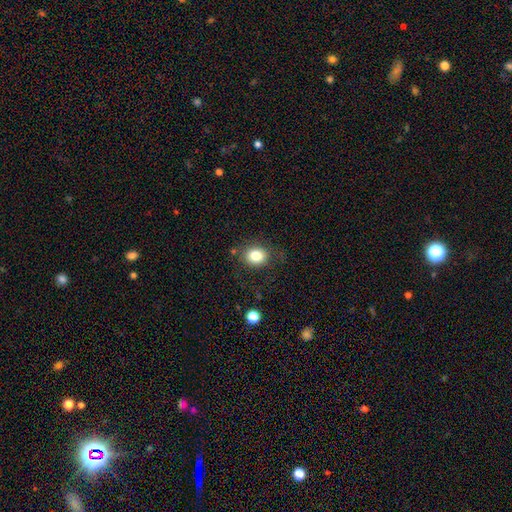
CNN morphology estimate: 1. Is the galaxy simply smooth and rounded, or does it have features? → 82% smooth, 10% star or artifact, 8% featured or disk.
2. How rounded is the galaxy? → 56% round, 43% in between, 1% cigar-shaped.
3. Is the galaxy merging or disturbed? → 78% none, 14% minor disturbance, 6% major disturbance, 3% merger.